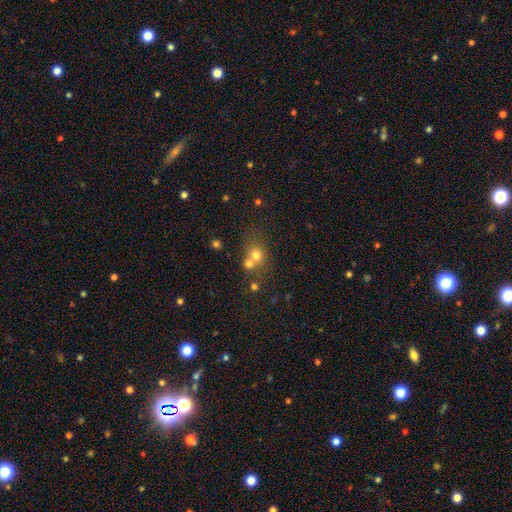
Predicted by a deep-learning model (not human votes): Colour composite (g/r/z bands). It shows a smooth galaxy with no disk features (70%) that is round (79%). Merging: merger (45%).